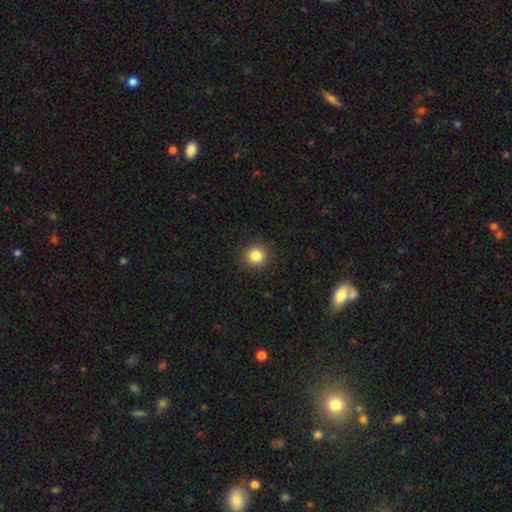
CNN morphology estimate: Smooth or featured? smooth (84%)
How rounded? round (93%)
Merging? none (92%)